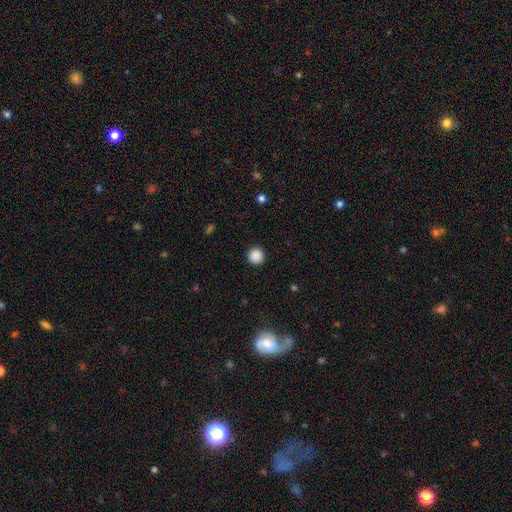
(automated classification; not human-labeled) Smooth or featured? smooth (88%)
How rounded? round (95%)
Merging? none (93%)